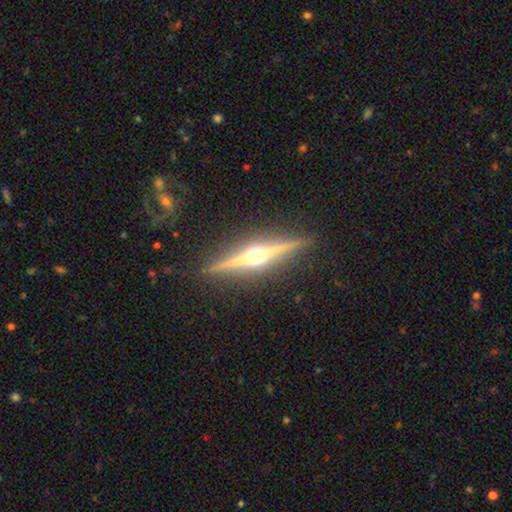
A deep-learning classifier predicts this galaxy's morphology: featured or disk 86%, smooth 8%, star or artifact 6%. Down the decision tree: edge-on disk — yes (98%); edge-on bulge — rounded (96%); merging — none (90%).